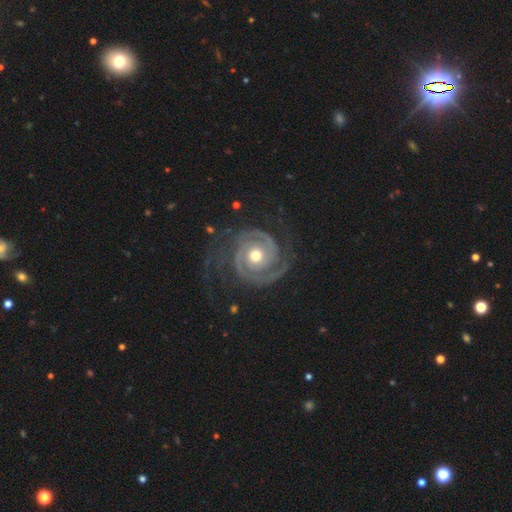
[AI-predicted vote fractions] A featured or disk galaxy (92%) with no bar (77%), 2 (70%) tight (71%) spiral arms (98%) and a moderate central bulge (76%). Merging: none (74%).